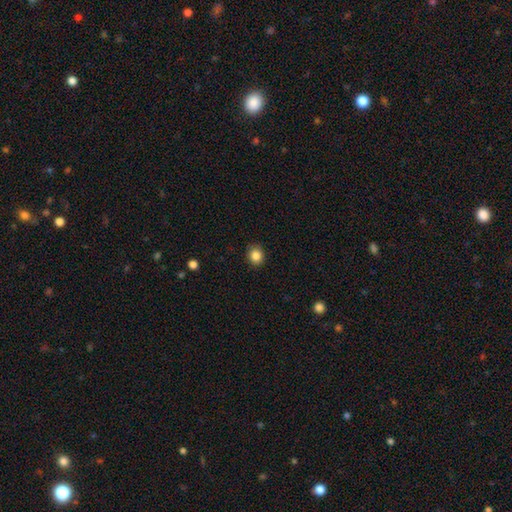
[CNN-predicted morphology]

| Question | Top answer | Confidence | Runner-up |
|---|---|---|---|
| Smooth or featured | smooth | 85% | star or artifact (10%) |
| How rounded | round | 75% | in between (24%) |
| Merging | none | 89% | minor disturbance (8%) |